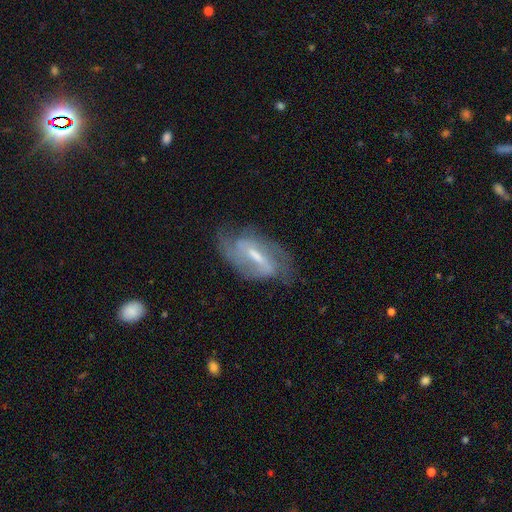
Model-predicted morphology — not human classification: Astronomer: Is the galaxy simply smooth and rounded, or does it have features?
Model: featured or disk — 80%.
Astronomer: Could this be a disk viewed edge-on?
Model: no — 92%.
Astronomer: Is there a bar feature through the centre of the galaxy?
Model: strong — 46% (runner-up: weak, 43%).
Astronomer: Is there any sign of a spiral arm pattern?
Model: yes — 90%.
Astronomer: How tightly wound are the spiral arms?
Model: medium — 46% (runner-up: tight, 31%).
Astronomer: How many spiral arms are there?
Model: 2 — 65%.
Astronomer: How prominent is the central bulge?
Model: moderate — 45% (runner-up: small, 41%).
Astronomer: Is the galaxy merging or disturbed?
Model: none — 63%.